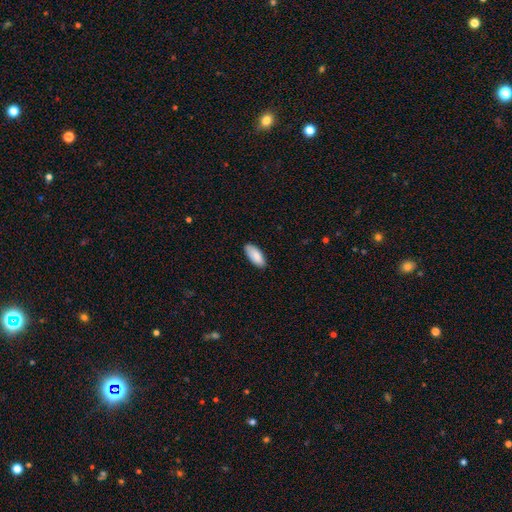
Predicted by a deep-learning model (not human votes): smooth_or_featured: smooth (p=0.88) [alt: featured or disk p=0.06]
how_rounded: in between (p=0.88) [alt: cigar-shaped p=0.11]
merging: none (p=0.85) [alt: minor disturbance p=0.12]